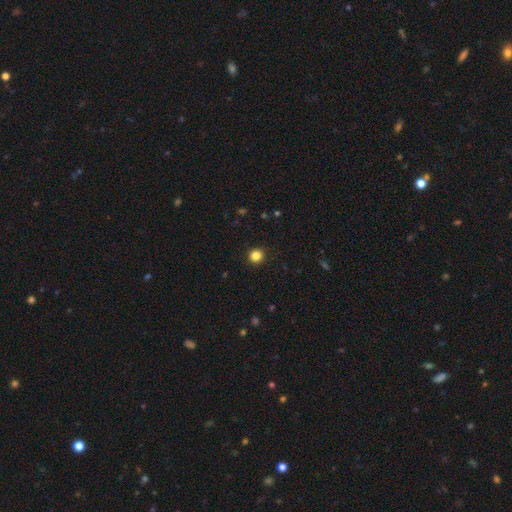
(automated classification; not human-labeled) A smooth galaxy with no disk features (85%) that is round (91%). Merging: none (91%).